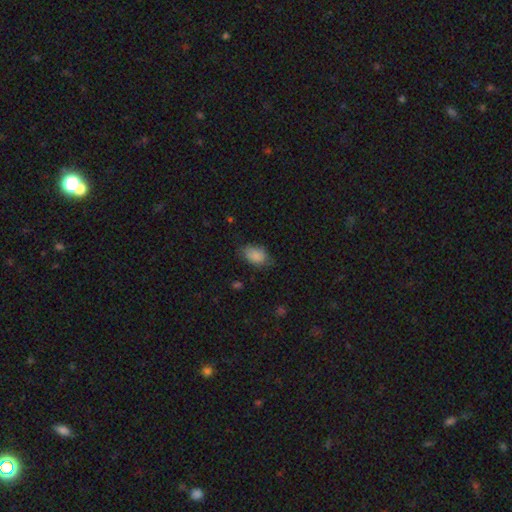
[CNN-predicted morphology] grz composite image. It shows a smooth galaxy with no disk features (87%) that is in between round and cigar-shaped (88%). Merging: none (68%).